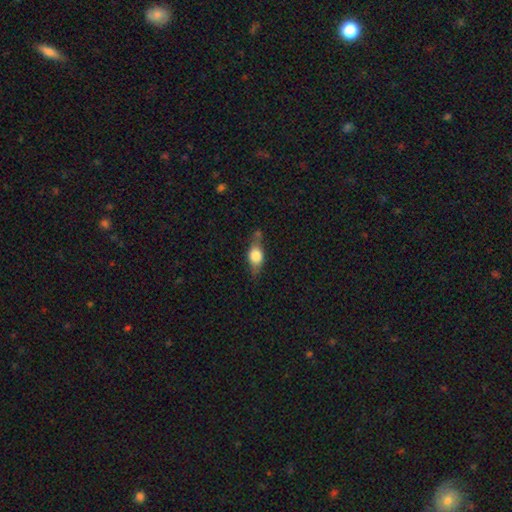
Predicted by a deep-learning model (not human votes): smooth-or-featured: smooth: 56% | featured or disk: 35% | star or artifact: 9%
  how-rounded: in between: 68% | cigar-shaped: 16% | round: 15%
  merging: none: 61% | minor disturbance: 25% | major disturbance: 8% | merger: 6%